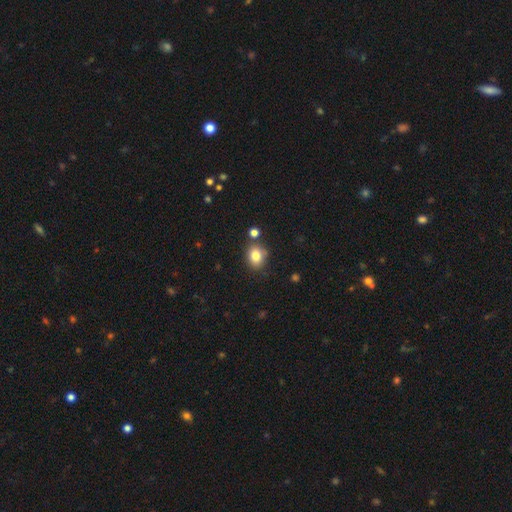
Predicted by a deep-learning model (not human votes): Smooth or featured? smooth (82%)
How rounded? round (51%)
Merging? none (75%)